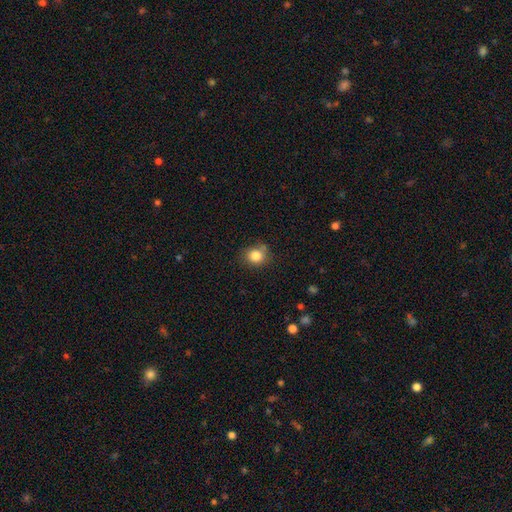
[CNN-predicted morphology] Q: Smooth or featured?
A: smooth (84%); runner-up: star or artifact (10%)
Q: How rounded?
A: round (77%); runner-up: in between (23%)
Q: Merging?
A: none (73%); runner-up: minor disturbance (17%)